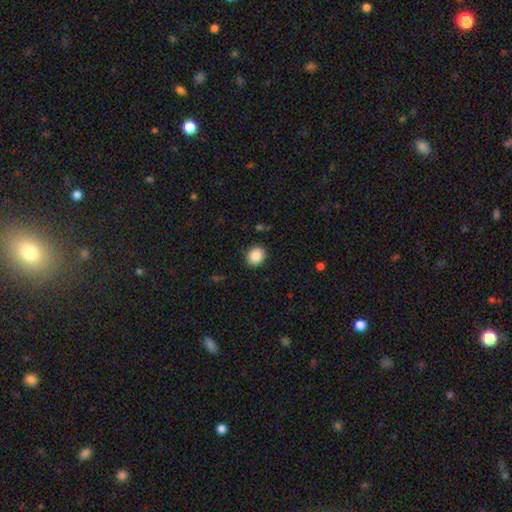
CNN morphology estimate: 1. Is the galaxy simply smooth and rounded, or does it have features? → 87% smooth, 9% star or artifact, 4% featured or disk.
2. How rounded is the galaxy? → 78% round, 21% in between, 1% cigar-shaped.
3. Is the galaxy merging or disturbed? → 90% none, 7% minor disturbance, 2% major disturbance, 1% merger.